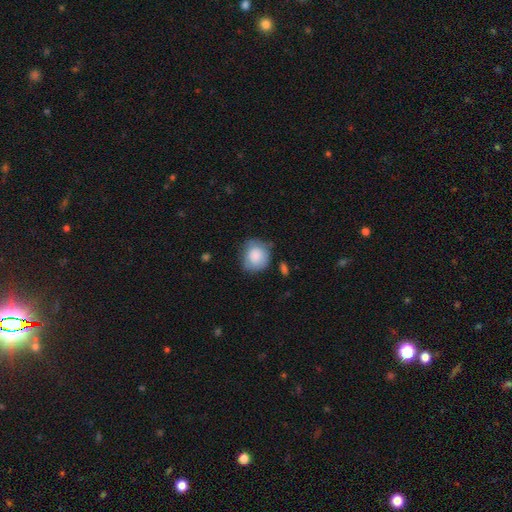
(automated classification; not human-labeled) Smooth or featured?
  - smooth: 83% *
  - featured or disk: 11%
  - star or artifact: 7%
How rounded?
  - round: 79% *
  - in between: 20%
  - cigar-shaped: 1%
Merging?
  - none: 62% *
  - minor disturbance: 27%
  - major disturbance: 8%
  - merger: 3%